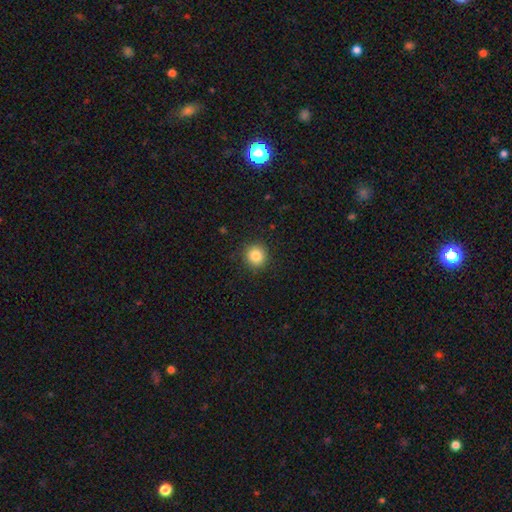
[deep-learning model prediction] smooth-or-featured: smooth: 85% | star or artifact: 10% | featured or disk: 5%
  how-rounded: round: 92% | in between: 7% | cigar-shaped: 1%
  merging: none: 91% | minor disturbance: 6% | major disturbance: 2% | merger: 1%